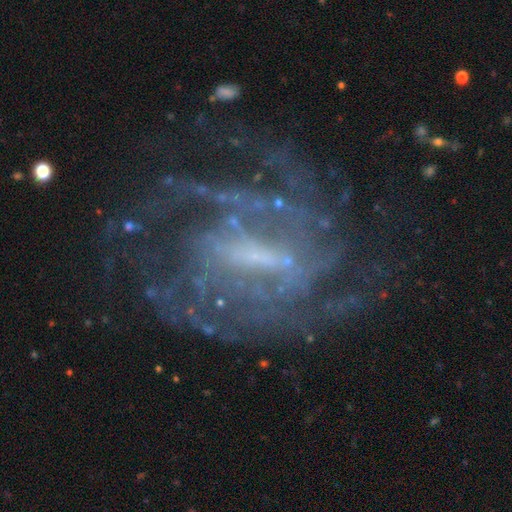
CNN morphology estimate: Smooth or featured: featured or disk — 87% (star or artifact — 8%)
Edge-on disk: no — 96% (yes — 4%)
Bar: weak — 43% (strong — 41%)
Spiral arms: yes — 92% (no — 8%)
Spiral winding: tight — 47% (medium — 41%)
Spiral arm count: can't tell — 34% (2 — 21%)
Bulge size: small — 43% (none — 27%)
Merging: none — 63% (major disturbance — 19%)